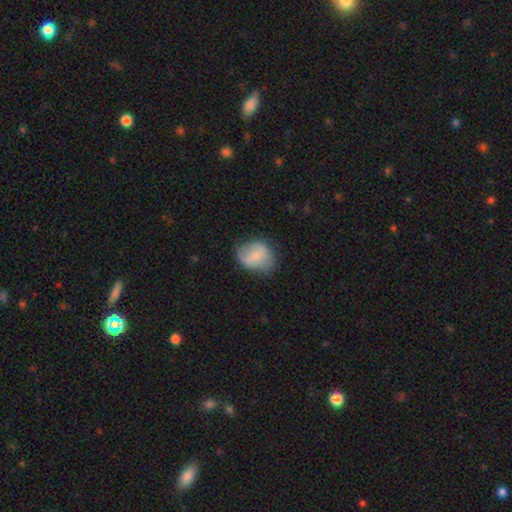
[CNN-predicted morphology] The model was most divided on "how rounded": in between: 51%, round: 48%, cigar-shaped: 1%. More confident: smooth or featured — smooth (64%); merging — none (56%).